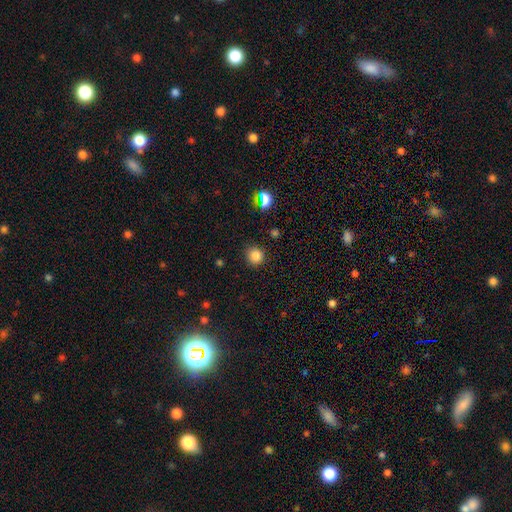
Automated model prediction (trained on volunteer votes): smooth 82%, star or artifact 14%, featured or disk 4%. Down the decision tree: how rounded — round (90%); merging — none (87%).